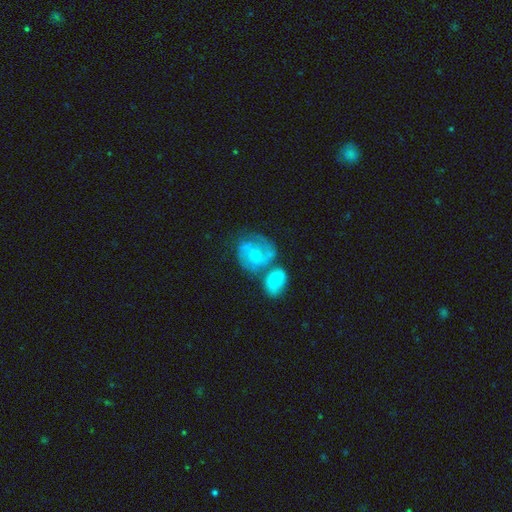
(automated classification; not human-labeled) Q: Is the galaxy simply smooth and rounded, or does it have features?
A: featured or disk — 75%.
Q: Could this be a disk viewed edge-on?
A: no — 97%.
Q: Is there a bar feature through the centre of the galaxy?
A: no — 64%.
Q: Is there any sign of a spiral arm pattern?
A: yes — 91%.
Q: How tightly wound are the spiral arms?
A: tight — 50%.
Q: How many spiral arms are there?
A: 2 — 38%.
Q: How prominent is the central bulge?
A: small — 60%.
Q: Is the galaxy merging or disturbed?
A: none — 42%.